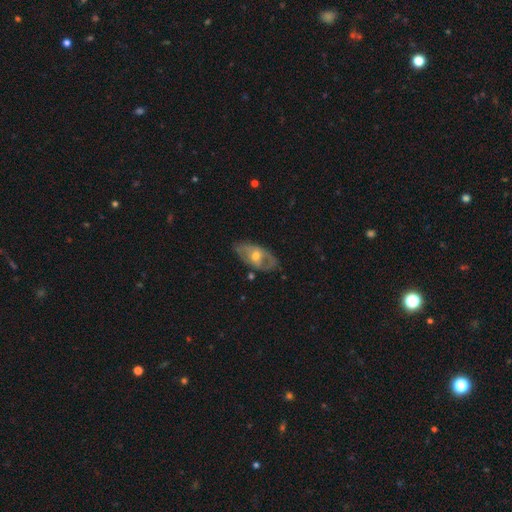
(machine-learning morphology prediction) A featured or disk galaxy (63%) with no bar (60%), no spiral arms (60%) and a moderate central bulge (70%).

Vote fractions:
- Smooth or featured? featured or disk: 63% / smooth: 31% / star or artifact: 6%
- Edge-on disk? no: 86% / yes: 14%
- Bar? no: 60% / weak: 29% / strong: 11%
- Spiral arms? no: 60% / yes: 40%
- Bulge size? moderate: 70% / small: 21% / large: 7% / none: 1% / dominant: 1%
- Merging? none: 69% / minor disturbance: 22% / major disturbance: 7% / merger: 2%